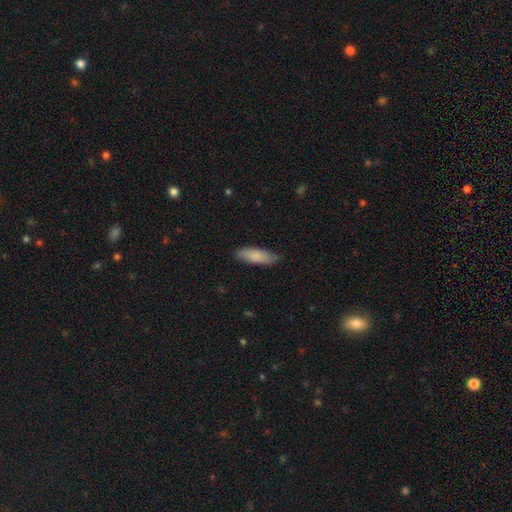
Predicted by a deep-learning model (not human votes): Overall: smooth (85%). How rounded: in between (59%; cigar-shaped 39%). Merging: none (82%).